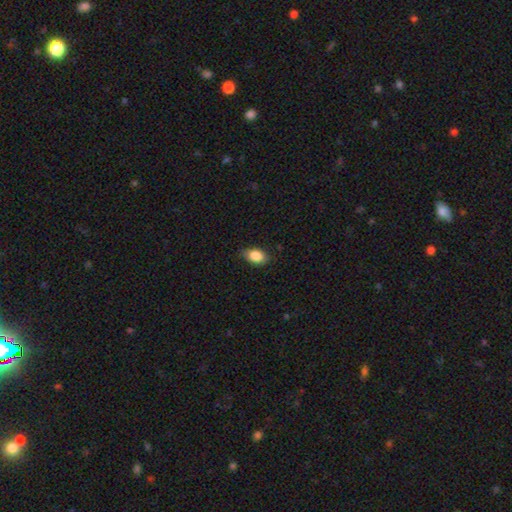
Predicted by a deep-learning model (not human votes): Smooth or featured?
  - smooth: 87% *
  - star or artifact: 7%
  - featured or disk: 6%
How rounded?
  - in between: 89% *
  - round: 9%
  - cigar-shaped: 2%
Merging?
  - none: 81% *
  - minor disturbance: 16%
  - major disturbance: 3%
  - merger: 1%